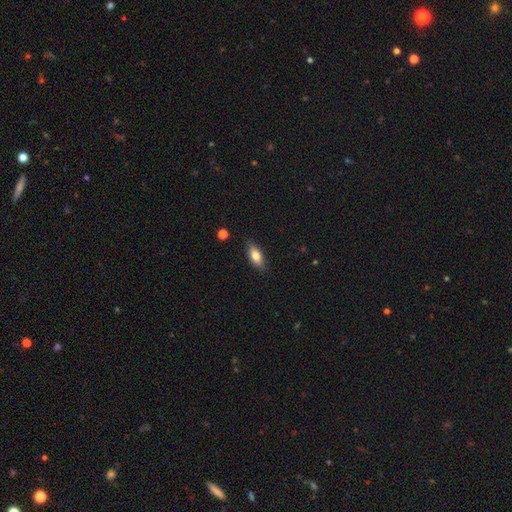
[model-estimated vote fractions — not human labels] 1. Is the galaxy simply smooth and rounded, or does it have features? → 75% smooth, 17% featured or disk, 7% star or artifact.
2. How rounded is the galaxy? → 79% in between, 18% cigar-shaped, 3% round.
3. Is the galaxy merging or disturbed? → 85% none, 12% minor disturbance, 2% major disturbance, 1% merger.